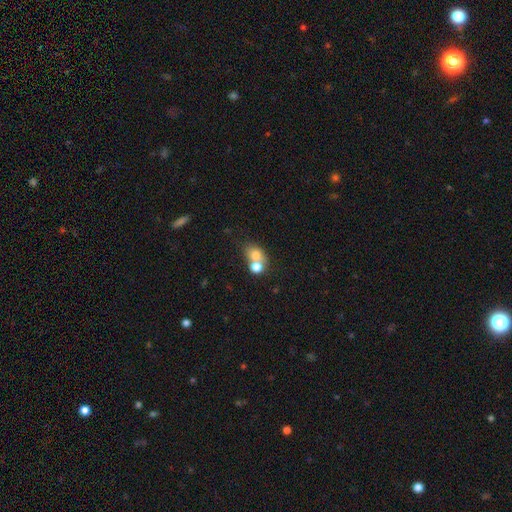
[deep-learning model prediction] smooth_or_featured: smooth (p=0.72) [alt: featured or disk p=0.17]
how_rounded: in between (p=0.50) [alt: round p=0.49]
merging: merger (p=0.55) [alt: none p=0.31]